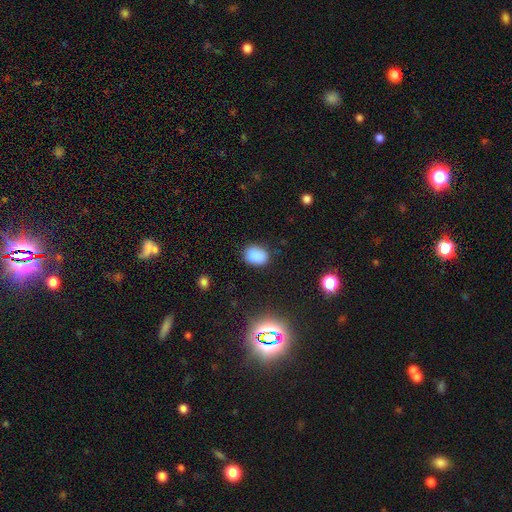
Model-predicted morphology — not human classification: Smooth or featured: smooth — 84% (star or artifact — 11%)
How rounded: in between — 68% (round — 31%)
Merging: none — 79% (minor disturbance — 15%)